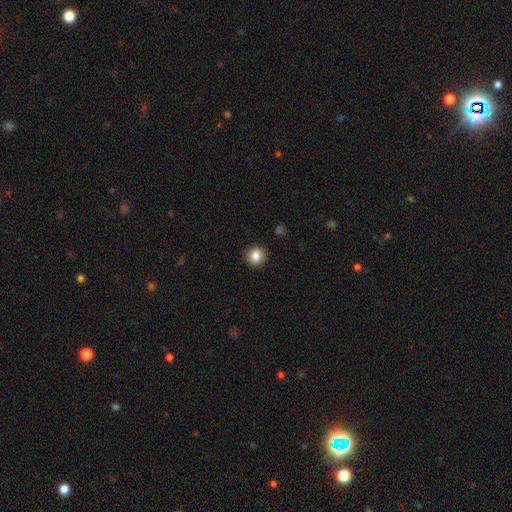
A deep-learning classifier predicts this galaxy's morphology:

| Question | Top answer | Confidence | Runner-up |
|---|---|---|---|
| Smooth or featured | smooth | 85% | star or artifact (10%) |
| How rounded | round | 84% | in between (15%) |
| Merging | none | 90% | minor disturbance (7%) |